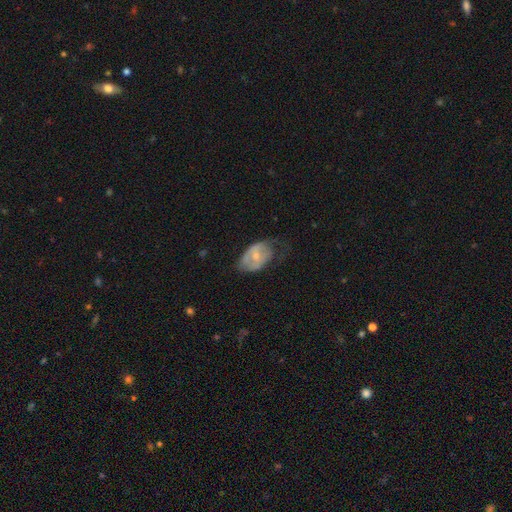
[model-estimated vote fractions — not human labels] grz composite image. It shows a featured or disk galaxy (49%). Merging: none (37%).